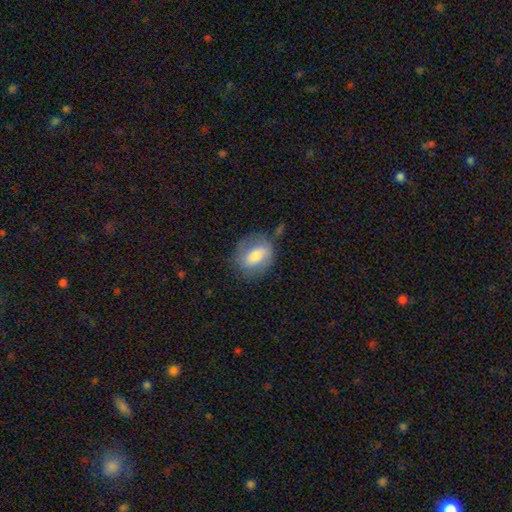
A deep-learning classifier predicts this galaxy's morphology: Overall: smooth (57%; featured or disk 35%). How rounded: in between (61%; round 36%). Merging: none (67%).